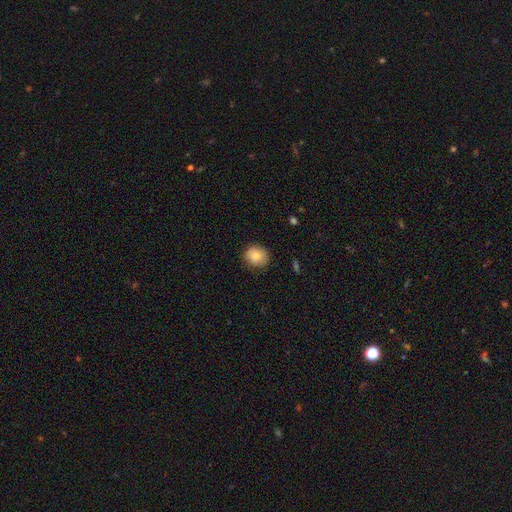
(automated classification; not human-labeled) A smooth galaxy with no disk features (79%) that is round (78%). Merging: none (79%).